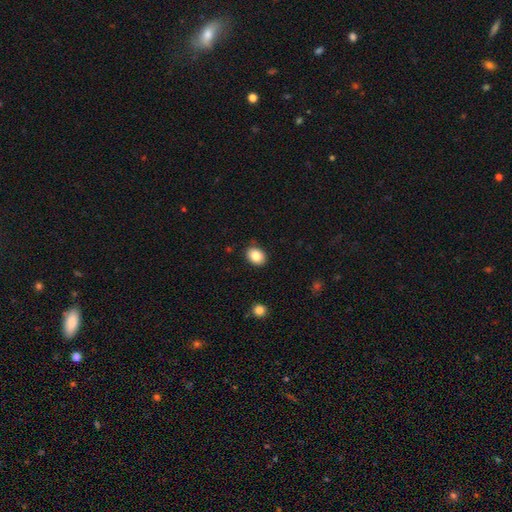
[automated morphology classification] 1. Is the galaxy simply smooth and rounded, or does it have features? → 85% smooth, 8% star or artifact, 6% featured or disk.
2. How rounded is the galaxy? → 65% in between, 34% round, 1% cigar-shaped.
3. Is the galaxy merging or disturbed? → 88% none, 9% minor disturbance, 2% major disturbance, 1% merger.